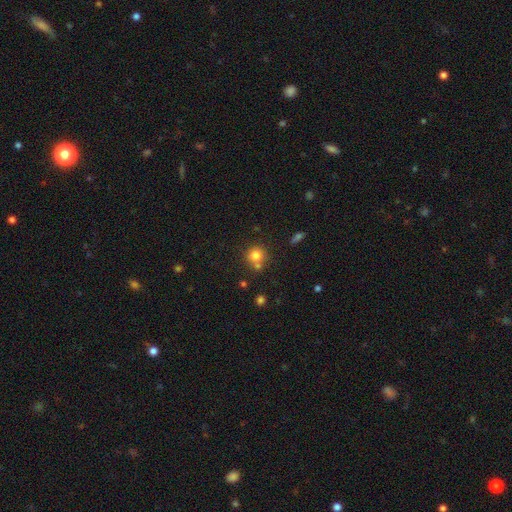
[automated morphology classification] The model was most divided on "merging": none: 62%, merger: 24%, minor disturbance: 10%, major disturbance: 3%. More confident: how rounded — round (90%); smooth or featured — smooth (77%).